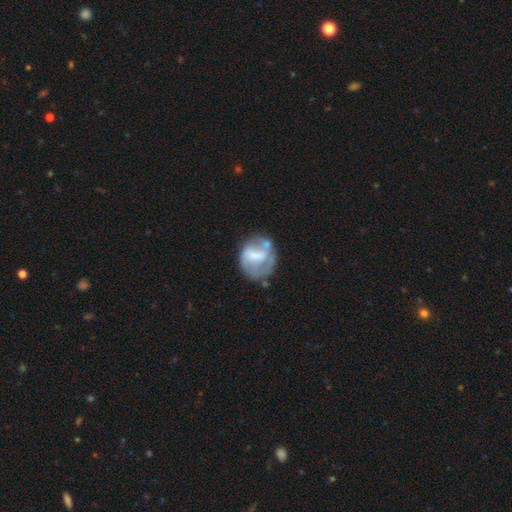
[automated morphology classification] Overall: featured or disk (50%; smooth 43%). Merging: none (43%; minor disturbance 24%).